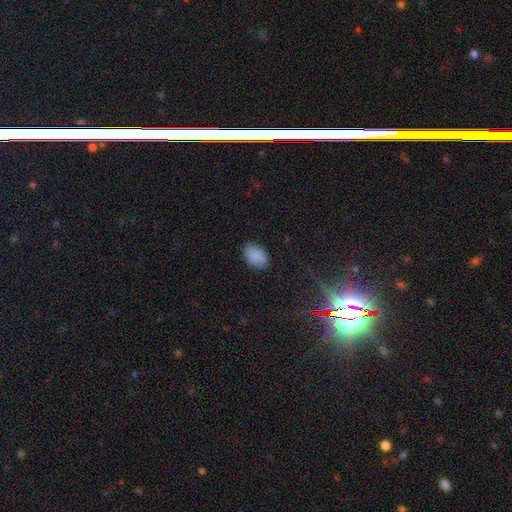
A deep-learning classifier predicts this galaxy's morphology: Smooth or featured? smooth (86%)
How rounded? in between (91%)
Merging? none (84%)